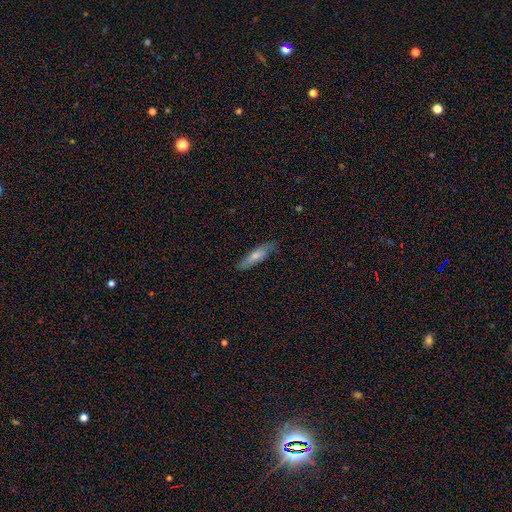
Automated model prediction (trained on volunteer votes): smooth_or_featured: smooth (p=0.70) [alt: featured or disk p=0.24]
how_rounded: cigar-shaped (p=0.66) [alt: in between p=0.32]
merging: none (p=0.78) [alt: minor disturbance p=0.17]